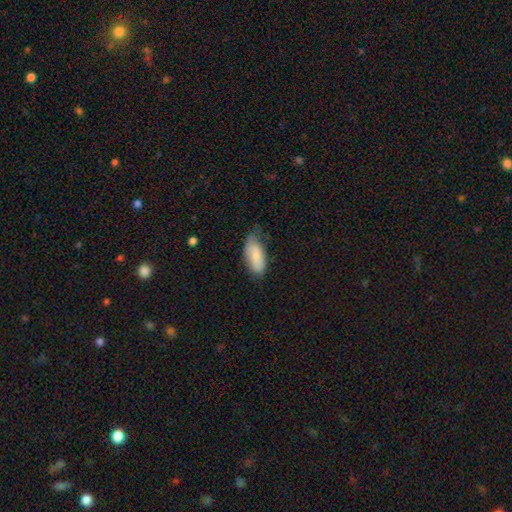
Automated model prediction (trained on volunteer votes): Smooth or featured: smooth — 82% (featured or disk — 11%)
How rounded: in between — 90% (cigar-shaped — 8%)
Merging: none — 52% (minor disturbance — 37%)